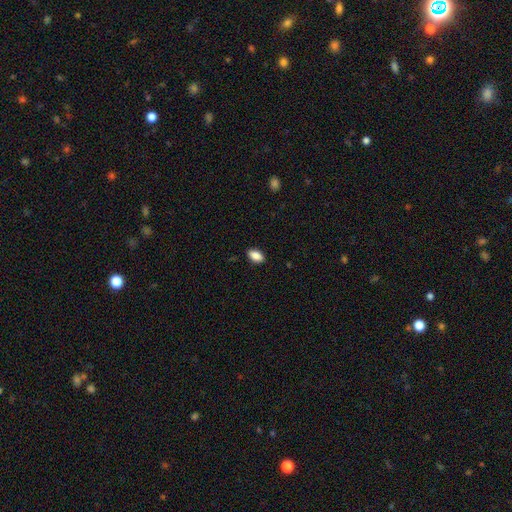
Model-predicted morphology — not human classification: type=smooth (87%); roundness=in between (91%); merging=none (88%).